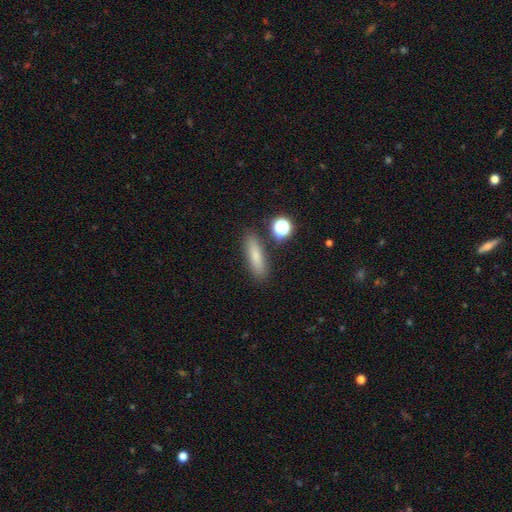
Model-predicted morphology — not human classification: A smooth galaxy with no disk features (78%) that is cigar-shaped (63%). Merging: none (83%).